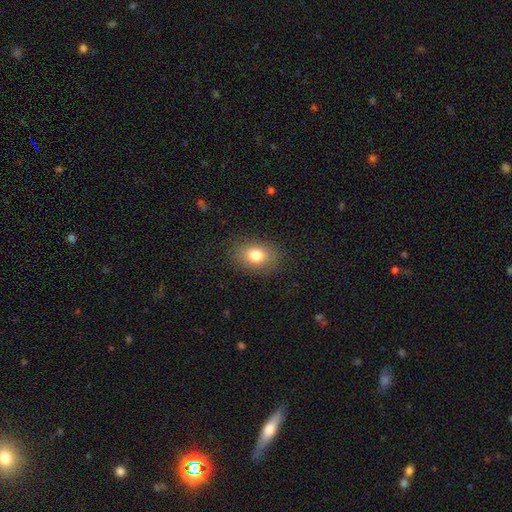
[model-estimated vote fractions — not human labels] Smooth or featured? smooth (79%)
How rounded? in between (68%)
Merging? none (85%)